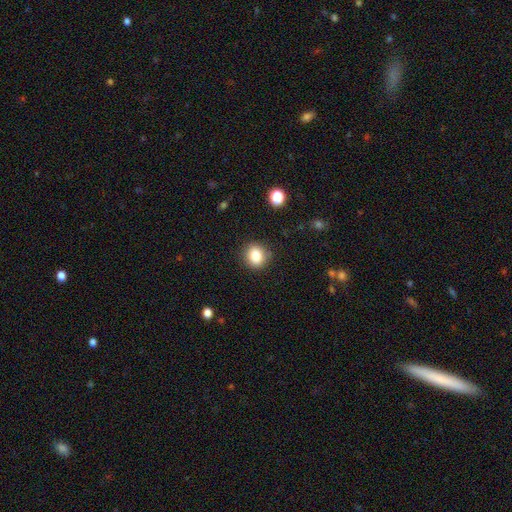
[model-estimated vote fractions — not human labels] Morphology: type=smooth (83%); roundness=round (80%); merging=none (89%).